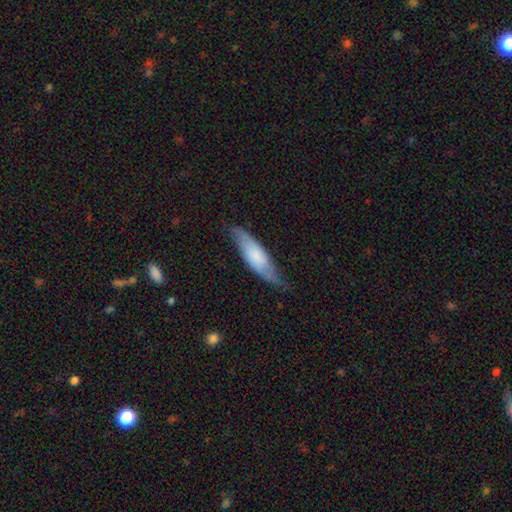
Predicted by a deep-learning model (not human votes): A smooth galaxy with no disk features (58%) that is cigar-shaped (59%). Merging: none (72%).